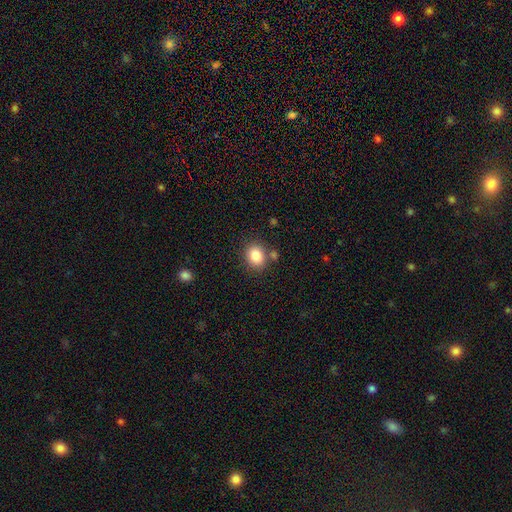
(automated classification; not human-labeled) Smooth or featured: smooth — 84% (star or artifact — 10%)
How rounded: round — 60% (in between — 39%)
Merging: none — 76% (minor disturbance — 11%)